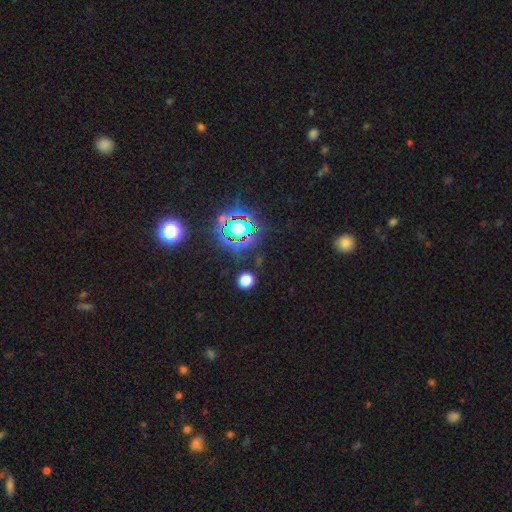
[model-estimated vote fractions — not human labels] Smooth or featured: star or artifact — 78% (smooth — 15%)